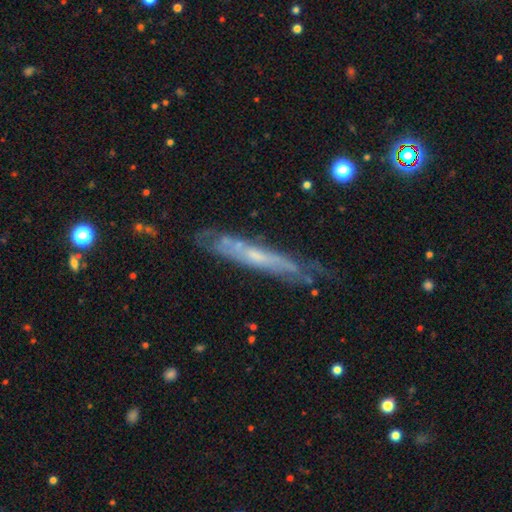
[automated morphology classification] smooth_or_featured: featured or disk (p=0.65) [alt: smooth p=0.28]
disk_edge_on: yes (p=0.64) [alt: no p=0.36]
merging: none (p=0.62) [alt: minor disturbance p=0.26]